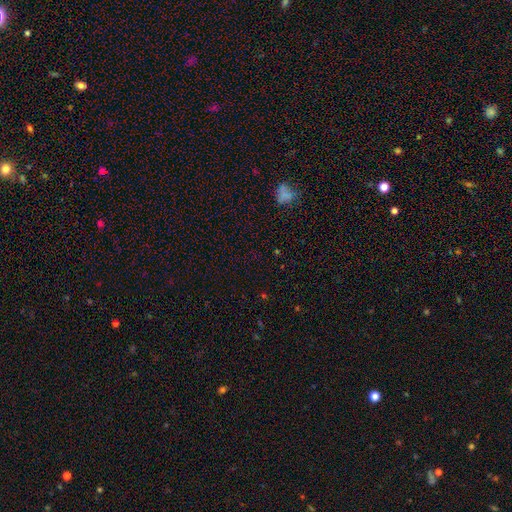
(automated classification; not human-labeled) Smooth or featured? Predicted: star or artifact (p=0.63).